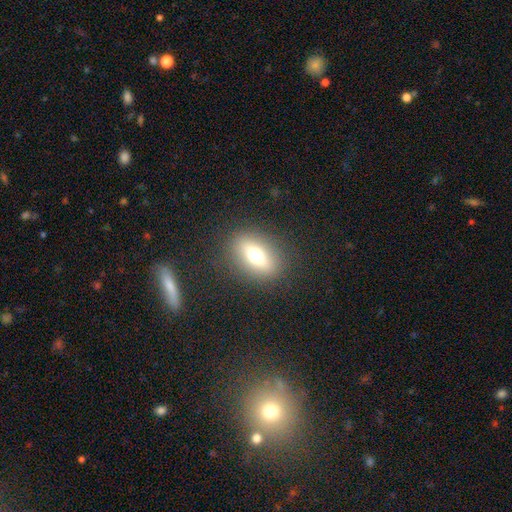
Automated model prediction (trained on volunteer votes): smooth 60%, featured or disk 26%, star or artifact 14%. Down the decision tree: how rounded — in between (66%); merging — none (85%).